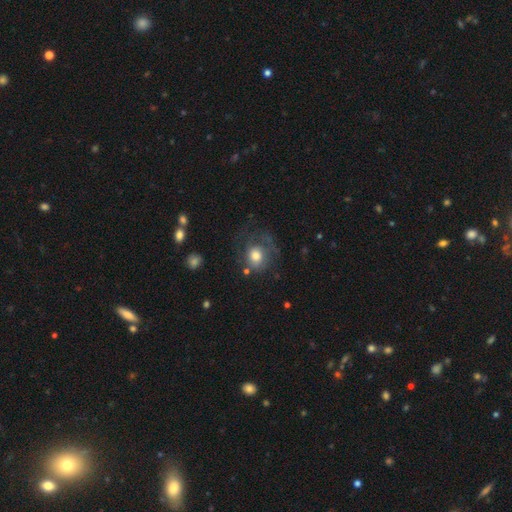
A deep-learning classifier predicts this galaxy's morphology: Smooth or featured?
  - smooth: 64% *
  - featured or disk: 27%
  - star or artifact: 9%
How rounded?
  - round: 72% *
  - in between: 27%
  - cigar-shaped: 1%
Merging?
  - none: 46% *
  - major disturbance: 28%
  - minor disturbance: 22%
  - merger: 3%